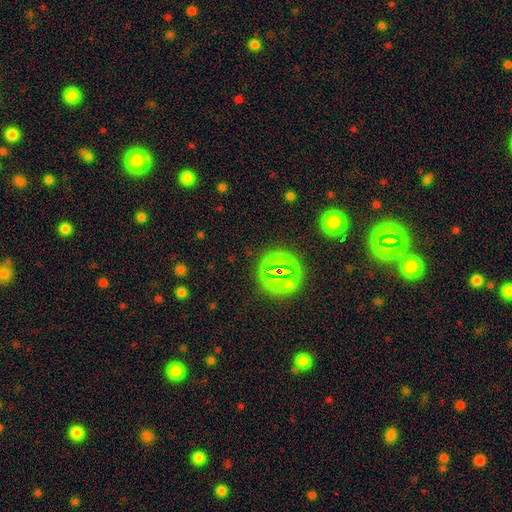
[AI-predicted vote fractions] Smooth or featured? Predicted: star or artifact (p=0.67).